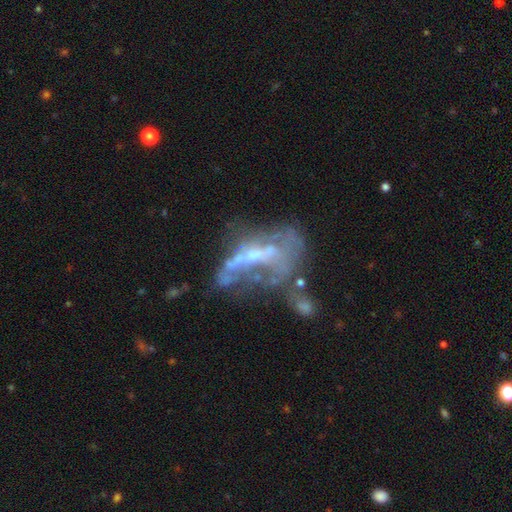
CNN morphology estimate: Smooth or featured? featured or disk (67%)
Edge-on disk? no (91%)
Bar? no (64%)
Spiral arms? no (78%)
Bulge size? small (43%)
Merging? major disturbance (35%)